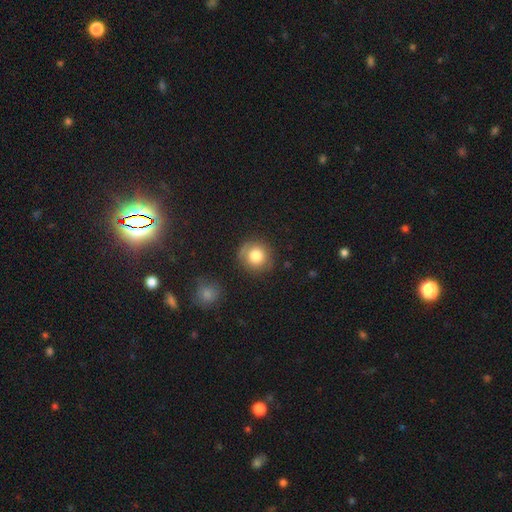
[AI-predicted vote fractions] Smooth or featured? smooth (79%)
How rounded? round (92%)
Merging? none (80%)